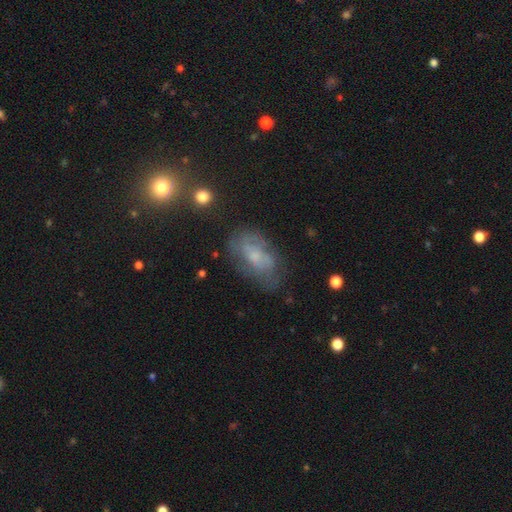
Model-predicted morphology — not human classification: A featured or disk galaxy (46%).

Vote fractions:
- Smooth or featured? featured or disk: 46% / smooth: 43% / star or artifact: 11%
- Merging? none: 55% / minor disturbance: 26% / major disturbance: 15% / merger: 3%